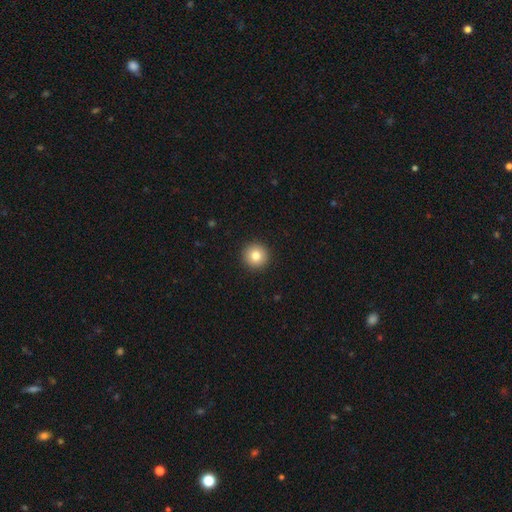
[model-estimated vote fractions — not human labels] smooth-or-featured: smooth: 80% | star or artifact: 10% | featured or disk: 9%
  how-rounded: round: 96% | in between: 3% | cigar-shaped: 1%
  merging: none: 93% | minor disturbance: 4% | major disturbance: 2% | merger: 1%